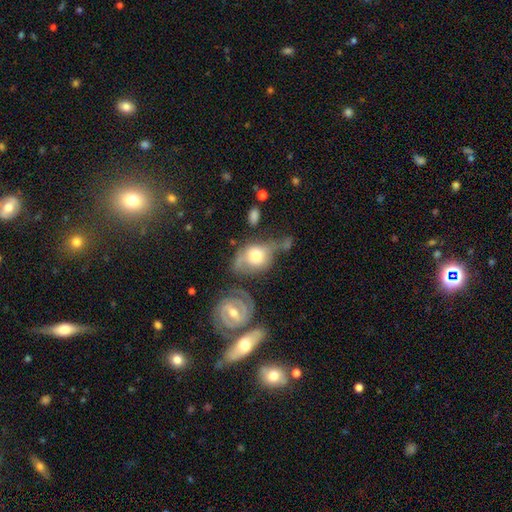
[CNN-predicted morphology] smooth-or-featured: featured or disk: 47% | smooth: 46% | star or artifact: 7%
  merging: none: 29% | merger: 25% | major disturbance: 24% | minor disturbance: 22%